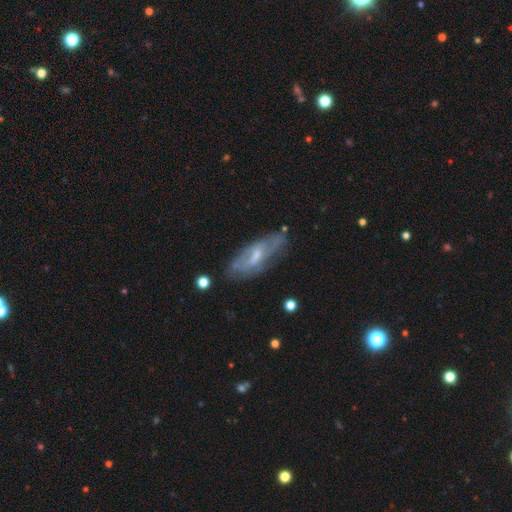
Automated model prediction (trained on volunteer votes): Q: Smooth or featured?
A: featured or disk (63%); runner-up: smooth (30%)
Q: Edge-on disk?
A: no (78%); runner-up: yes (22%)
Q: Merging?
A: none (66%); runner-up: minor disturbance (22%)